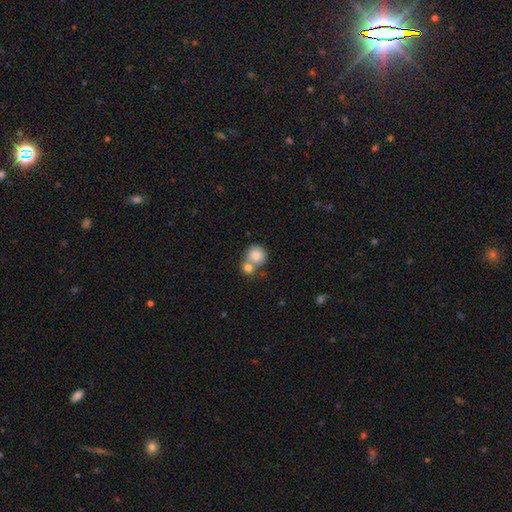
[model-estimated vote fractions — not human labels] Overall: smooth (82%). How rounded: round (87%). Merging: merger (48%; none 42%).